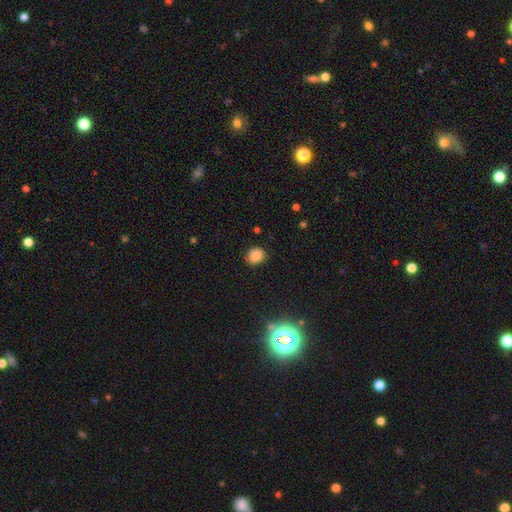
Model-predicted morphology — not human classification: smooth-or-featured: smooth: 83% | star or artifact: 12% | featured or disk: 5%
  how-rounded: round: 71% | in between: 28% | cigar-shaped: 1%
  merging: none: 85% | minor disturbance: 11% | major disturbance: 2% | merger: 1%